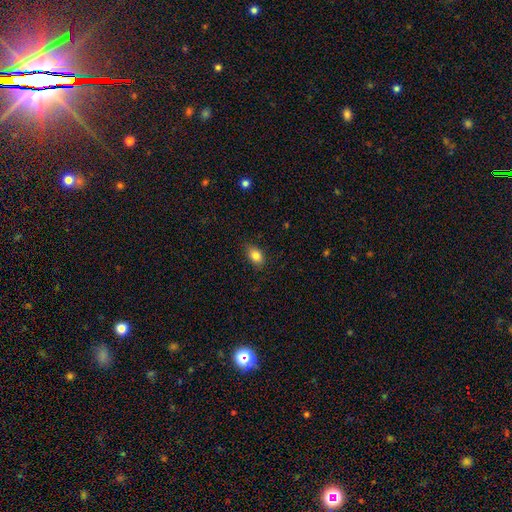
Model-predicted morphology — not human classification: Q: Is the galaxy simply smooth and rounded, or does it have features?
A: smooth — 84%.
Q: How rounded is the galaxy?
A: in between — 79%.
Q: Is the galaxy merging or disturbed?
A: none — 78%.